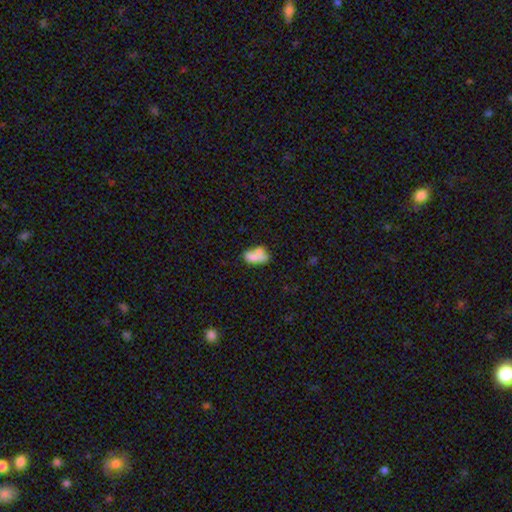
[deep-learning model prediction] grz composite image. It shows a smooth galaxy with no disk features (68%) that is in between round and cigar-shaped (87%). Merging: none (35%).